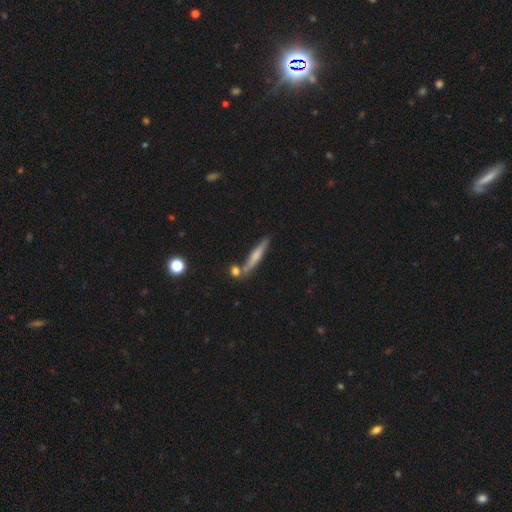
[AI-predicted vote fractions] A smooth galaxy with no disk features (56%) that is cigar-shaped (90%).

Vote fractions:
- Smooth or featured? smooth: 56% / featured or disk: 37% / star or artifact: 7%
- How rounded? cigar-shaped: 90% / in between: 7% / round: 2%
- Merging? none: 71% / merger: 13% / minor disturbance: 12% / major disturbance: 3%